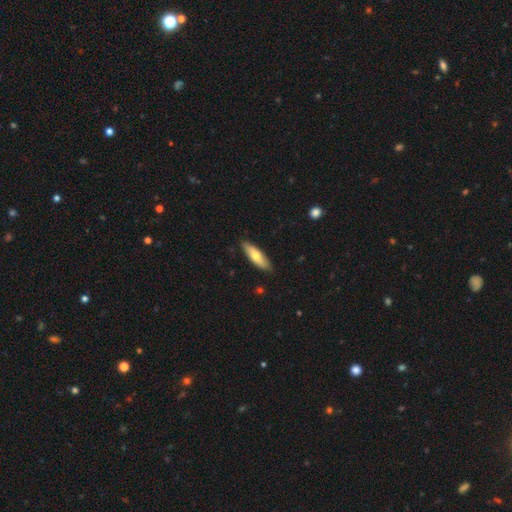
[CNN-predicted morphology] Smooth or featured? smooth (63%)
How rounded? cigar-shaped (55%)
Merging? none (87%)